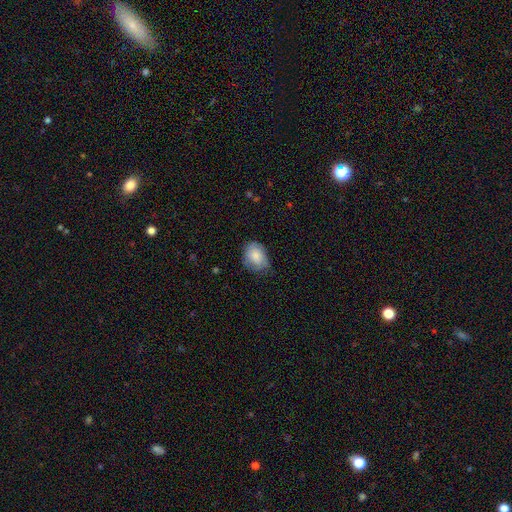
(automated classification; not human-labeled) Smooth or featured: smooth — 81% (featured or disk — 12%)
How rounded: in between — 71% (round — 28%)
Merging: none — 54% (minor disturbance — 36%)